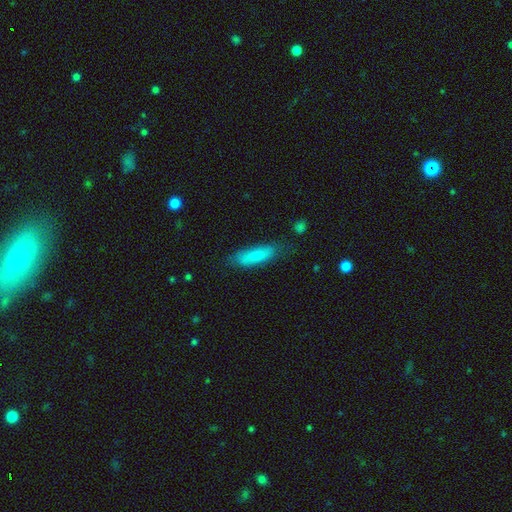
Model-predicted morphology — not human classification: smooth-or-featured: smooth: 77% | featured or disk: 17% | star or artifact: 6%
  how-rounded: cigar-shaped: 55% | in between: 43% | round: 2%
  merging: none: 70% | minor disturbance: 21% | major disturbance: 6% | merger: 2%